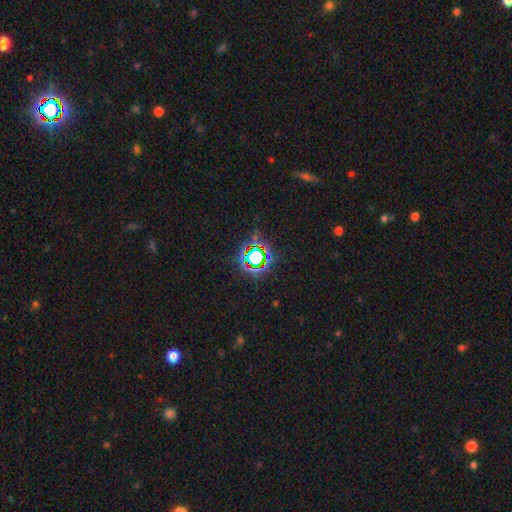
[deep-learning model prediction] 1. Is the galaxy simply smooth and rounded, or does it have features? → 72% star or artifact, 17% smooth, 11% featured or disk.